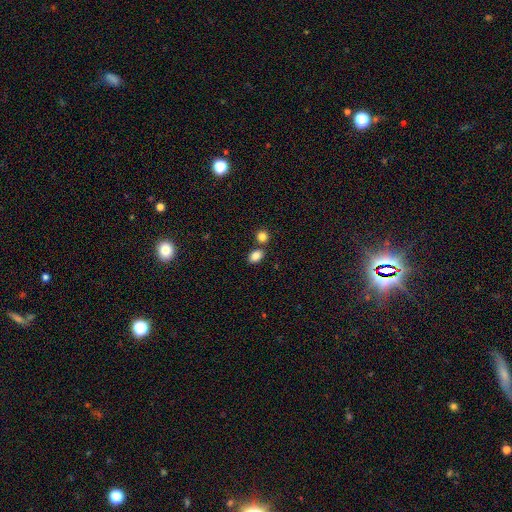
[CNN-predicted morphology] Q: Smooth or featured?
A: smooth (85%); runner-up: star or artifact (9%)
Q: How rounded?
A: in between (77%); runner-up: round (22%)
Q: Merging?
A: none (66%); runner-up: merger (21%)